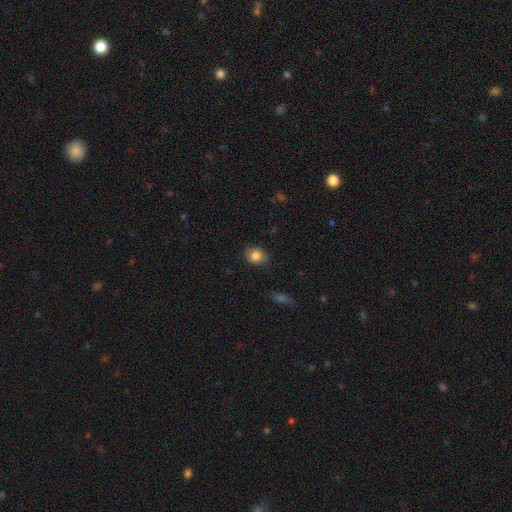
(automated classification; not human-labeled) Overall: smooth (84%). How rounded: round (58%; in between 41%). Merging: none (82%).